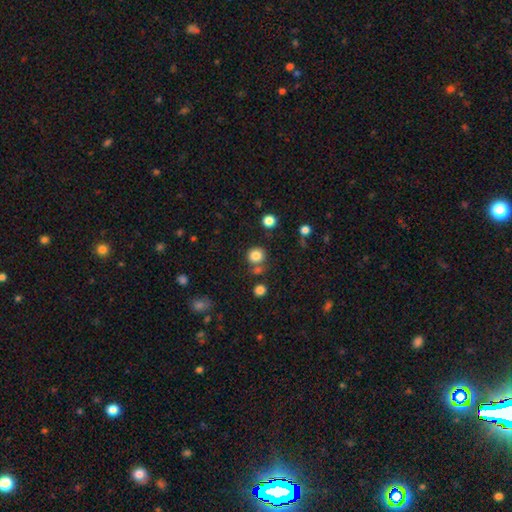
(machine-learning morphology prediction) smooth_or_featured: smooth (p=0.83) [alt: star or artifact p=0.12]
how_rounded: round (p=0.89) [alt: in between p=0.11]
merging: none (p=0.75) [alt: merger p=0.12]